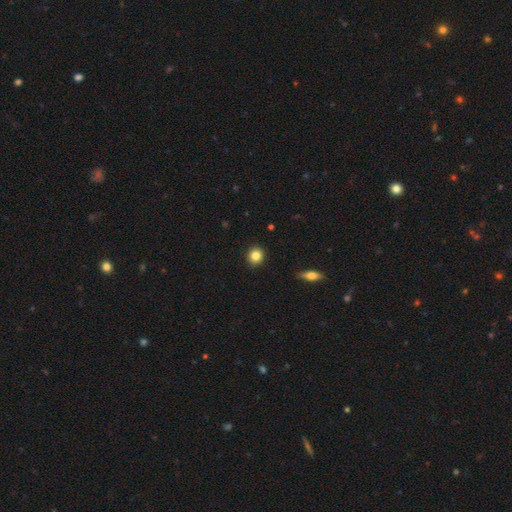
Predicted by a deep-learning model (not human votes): A smooth galaxy with no disk features (84%) that is round (87%). Merging: none (91%).